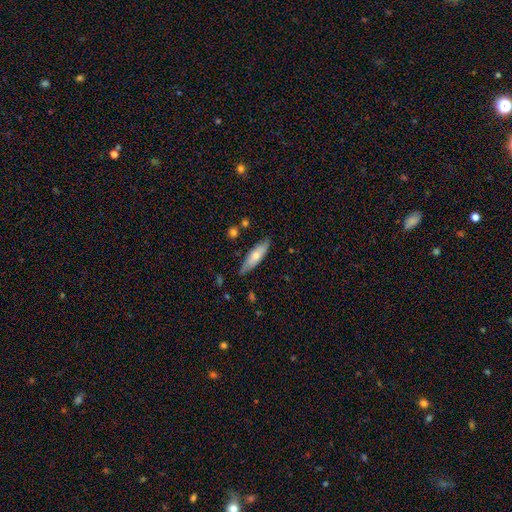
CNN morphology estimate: A smooth galaxy with no disk features (64%) that is cigar-shaped (59%). Merging: none (79%).